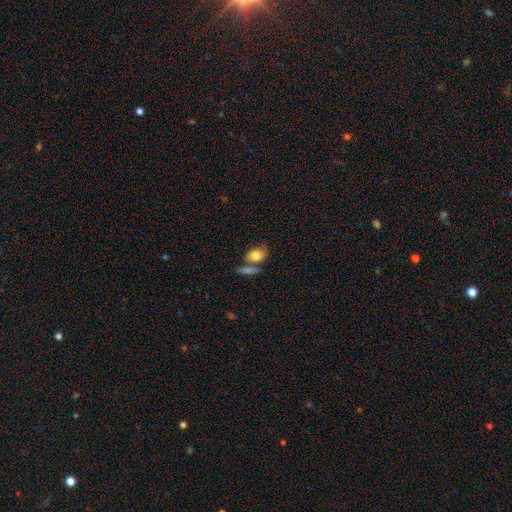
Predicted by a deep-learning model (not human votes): Smooth or featured: smooth — 81% (featured or disk — 12%)
How rounded: in between — 77% (round — 20%)
Merging: none — 53% (merger — 27%)